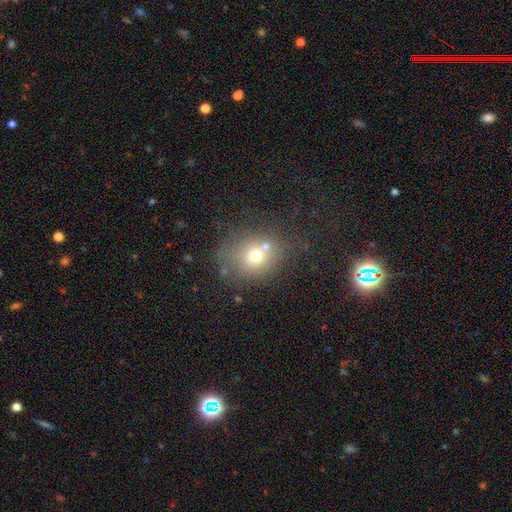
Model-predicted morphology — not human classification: smooth-or-featured: smooth: 67% | featured or disk: 17% | star or artifact: 16%
  how-rounded: round: 69% | in between: 30% | cigar-shaped: 1%
  merging: none: 55% | merger: 22% | minor disturbance: 15% | major disturbance: 8%